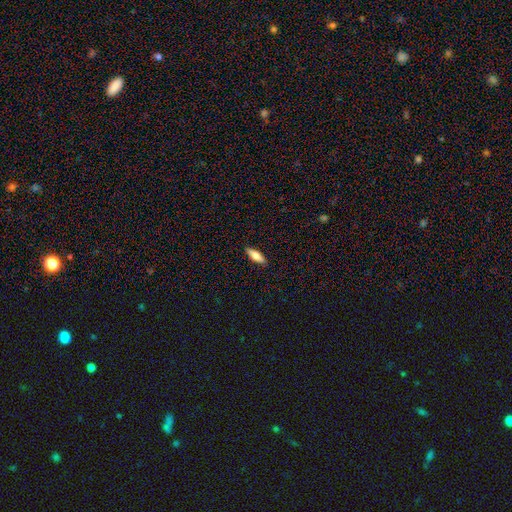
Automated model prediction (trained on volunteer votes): Smooth or featured? Predicted: smooth (p=0.70). How rounded? Predicted: in between (p=0.53). Merging? Predicted: none (p=0.89).